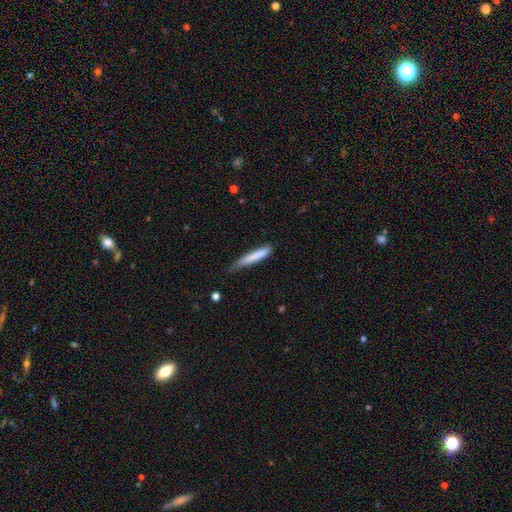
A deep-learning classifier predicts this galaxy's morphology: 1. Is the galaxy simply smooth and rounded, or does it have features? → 80% smooth, 14% featured or disk, 6% star or artifact.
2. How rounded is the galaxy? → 93% cigar-shaped, 6% in between, 1% round.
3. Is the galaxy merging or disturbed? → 55% none, 36% minor disturbance, 7% major disturbance, 2% merger.